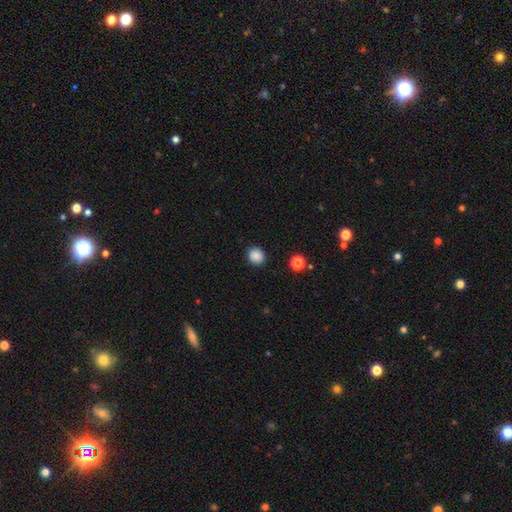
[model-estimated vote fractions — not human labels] Smooth or featured? smooth (87%)
How rounded? round (82%)
Merging? none (90%)